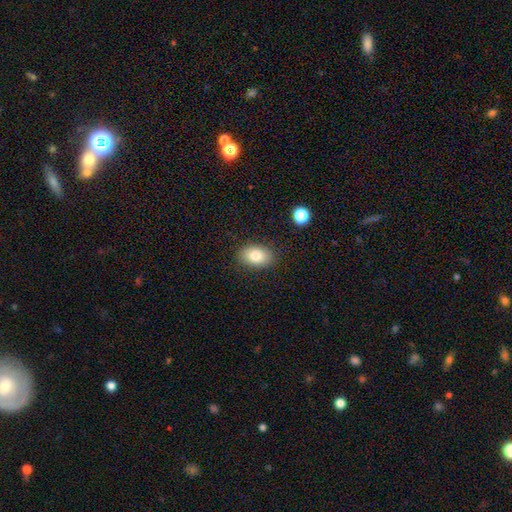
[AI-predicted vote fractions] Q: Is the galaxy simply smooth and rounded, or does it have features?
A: smooth — 81%.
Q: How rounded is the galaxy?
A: in between — 86%.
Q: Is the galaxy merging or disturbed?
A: none — 87%.